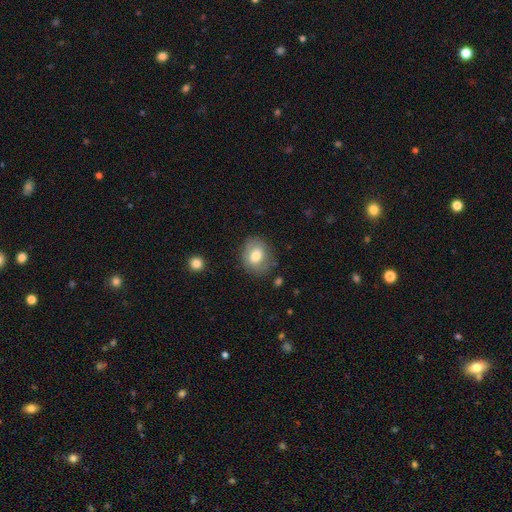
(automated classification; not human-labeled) Smooth or featured? smooth (73%)
How rounded? round (54%)
Merging? none (78%)